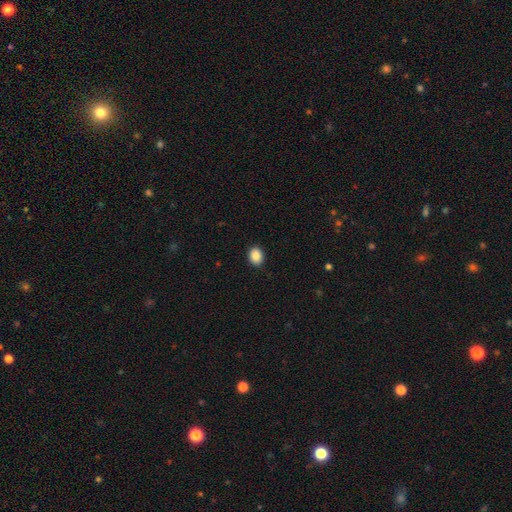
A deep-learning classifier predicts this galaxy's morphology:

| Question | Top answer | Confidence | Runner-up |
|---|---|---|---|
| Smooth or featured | smooth | 88% | star or artifact (8%) |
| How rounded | in between | 53% | round (46%) |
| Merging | none | 91% | minor disturbance (6%) |